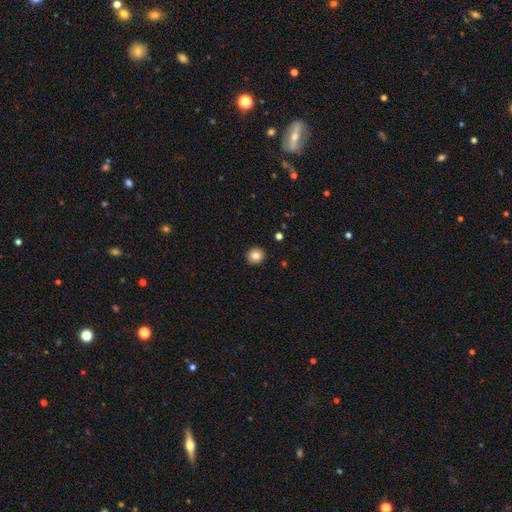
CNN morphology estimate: This appears to be a smooth galaxy with no disk features (82%) that is round (92%). Merging: none (93%).